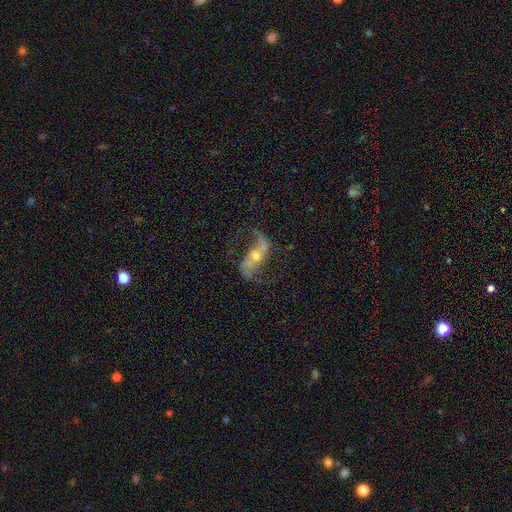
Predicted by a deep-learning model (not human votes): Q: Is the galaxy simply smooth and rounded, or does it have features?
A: featured or disk — 87%.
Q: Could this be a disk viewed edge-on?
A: no — 95%.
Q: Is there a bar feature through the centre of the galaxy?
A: weak — 36%.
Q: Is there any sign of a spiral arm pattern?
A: yes — 95%.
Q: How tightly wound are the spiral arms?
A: loose — 72%.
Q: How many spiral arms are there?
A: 2 — 93%.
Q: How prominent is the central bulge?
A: moderate — 51%.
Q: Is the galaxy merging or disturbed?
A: none — 71%.